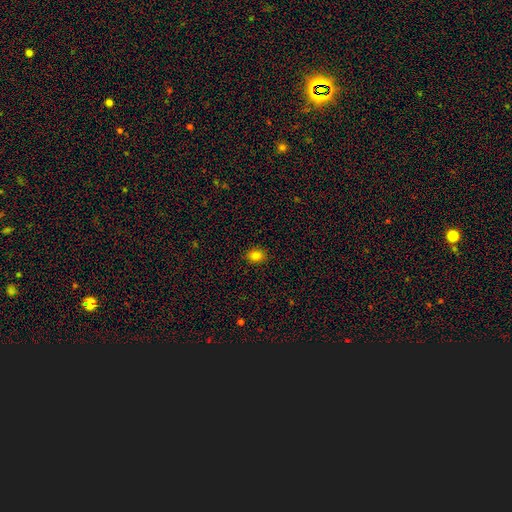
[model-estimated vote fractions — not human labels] Smooth or featured? Predicted: smooth (p=0.83). How rounded? Predicted: in between (p=0.55). Merging? Predicted: none (p=0.89).